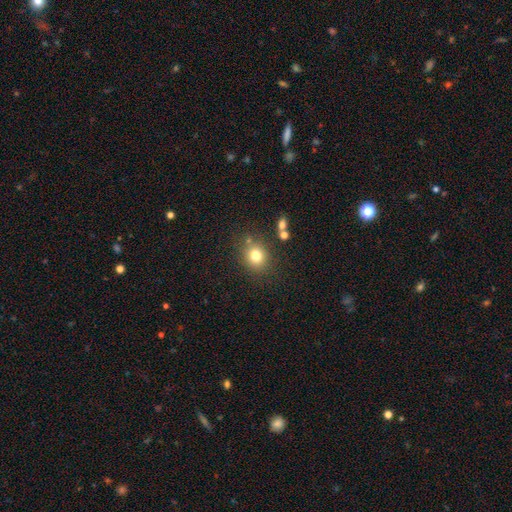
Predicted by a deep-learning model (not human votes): This is likely a smooth galaxy (78%). How rounded: likely round (75%). Merging: likely none (77%).